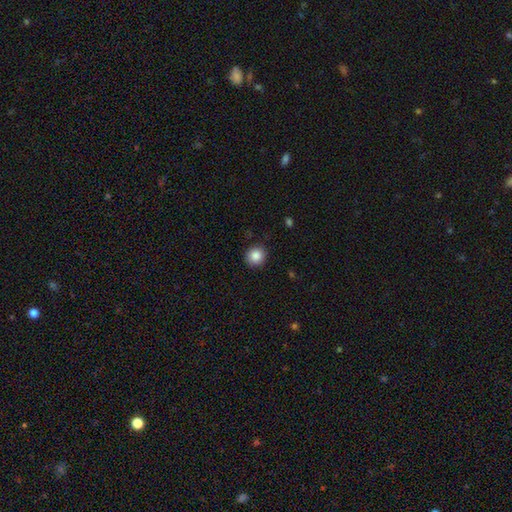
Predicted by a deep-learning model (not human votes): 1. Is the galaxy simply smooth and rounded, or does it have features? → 86% smooth, 9% star or artifact, 4% featured or disk.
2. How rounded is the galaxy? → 89% round, 10% in between, 1% cigar-shaped.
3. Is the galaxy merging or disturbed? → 90% none, 7% minor disturbance, 2% major disturbance, 1% merger.